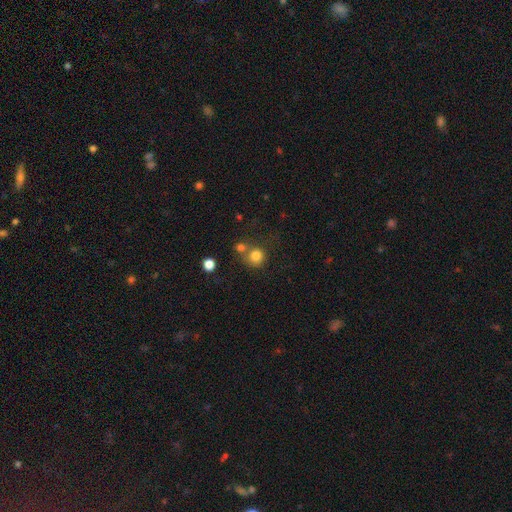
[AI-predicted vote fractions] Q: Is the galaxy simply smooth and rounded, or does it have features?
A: smooth — 81%.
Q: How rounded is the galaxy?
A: round — 90%.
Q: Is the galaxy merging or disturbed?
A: none — 59%.